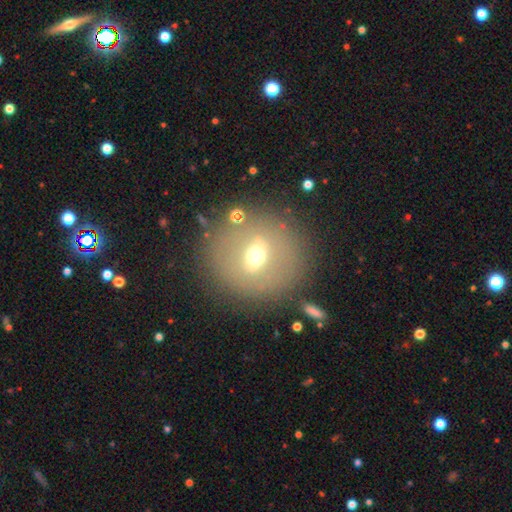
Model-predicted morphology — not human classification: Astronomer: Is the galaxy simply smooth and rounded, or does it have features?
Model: featured or disk — 51% (runner-up: smooth, 36%).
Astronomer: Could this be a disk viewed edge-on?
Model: no — 72%.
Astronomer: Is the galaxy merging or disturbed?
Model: none — 83%.